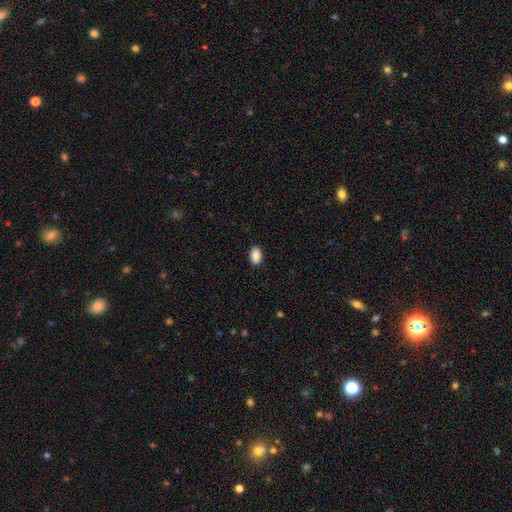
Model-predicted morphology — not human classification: Smooth or featured: smooth — 90% (star or artifact — 7%)
How rounded: in between — 91% (round — 7%)
Merging: none — 89% (minor disturbance — 8%)